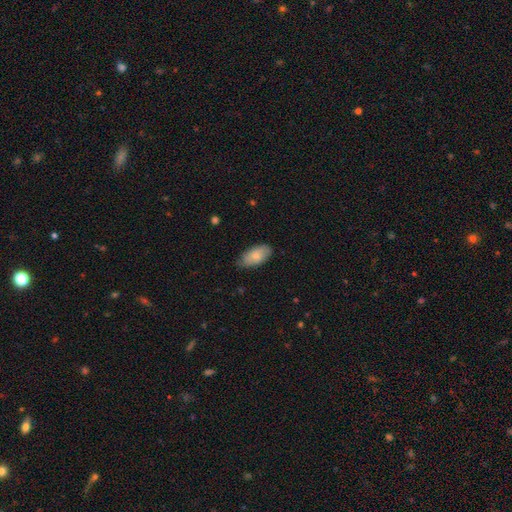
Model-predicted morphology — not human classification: This appears to be a smooth galaxy with no disk features (75%) that is in between round and cigar-shaped (93%). Merging: none (69%).